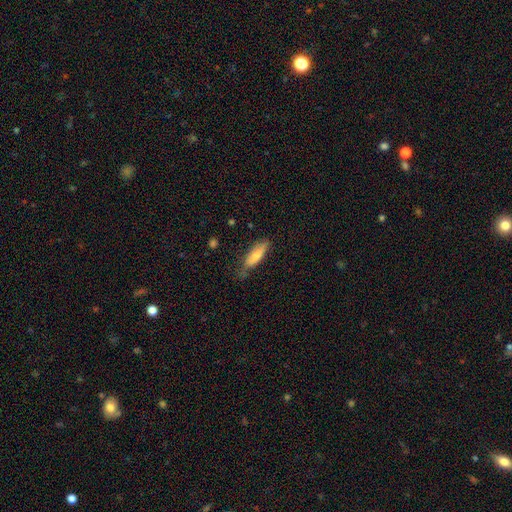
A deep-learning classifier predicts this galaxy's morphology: smooth 75%, featured or disk 19%, star or artifact 6%. Down the decision tree: how rounded — cigar-shaped (53%); merging — none (65%).